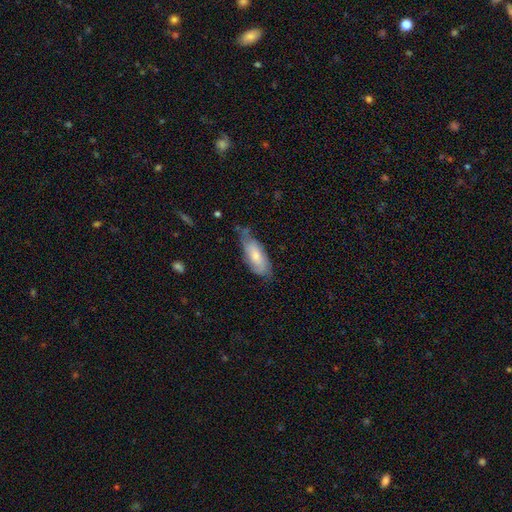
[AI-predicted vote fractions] A smooth galaxy with no disk features (61%) that is in between round and cigar-shaped (74%).

Vote fractions:
- Smooth or featured? smooth: 61% / featured or disk: 32% / star or artifact: 6%
- How rounded? in between: 74% / cigar-shaped: 24% / round: 2%
- Merging? none: 53% / minor disturbance: 35% / major disturbance: 9% / merger: 3%